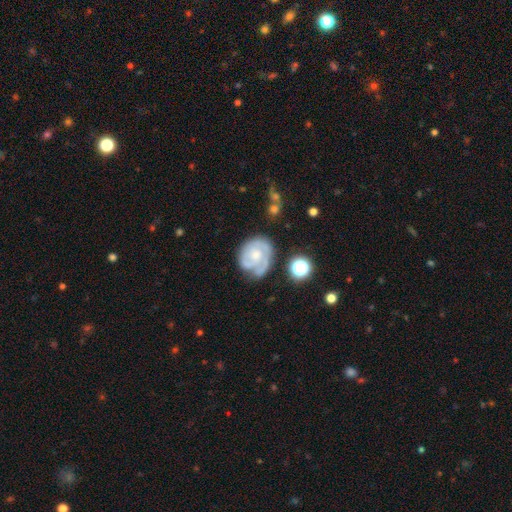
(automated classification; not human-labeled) Morphology: type=featured or disk (74%); edge-on=no (98%); bar=no (77%); spiral arms=yes (88%); winding=tight (61%); arm count=2 (33%); bulge=small (51%); merging=none (56%).